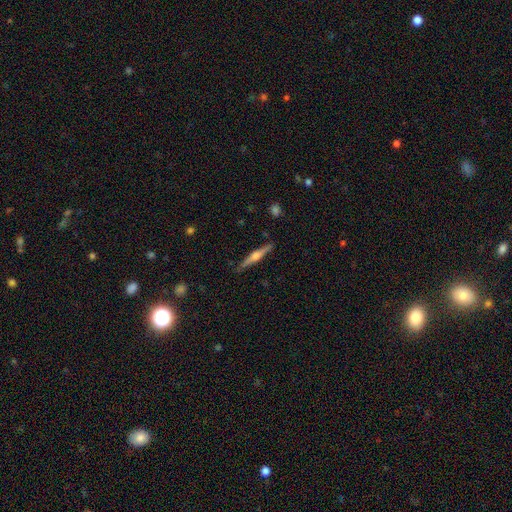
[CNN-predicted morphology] This is likely a featured or disk galaxy (71%). It is clearly viewed edge-on (98%). Edge-on bulge: clearly rounded (86%). Merging: clearly none (89%).